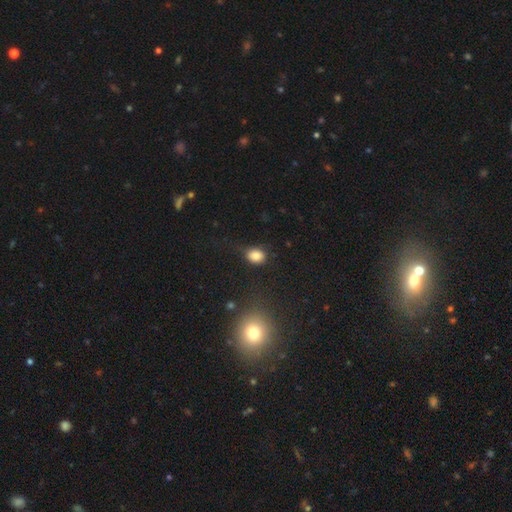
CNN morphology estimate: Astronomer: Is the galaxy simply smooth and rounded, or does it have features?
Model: smooth — 83%.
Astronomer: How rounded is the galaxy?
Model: round — 49%, tied with in between at 49%.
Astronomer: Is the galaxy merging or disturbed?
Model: none — 68%.